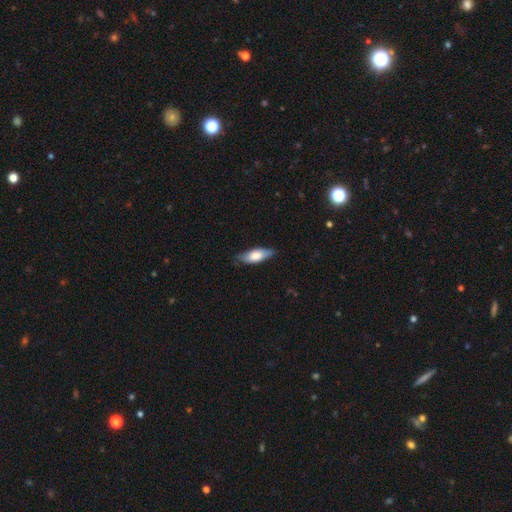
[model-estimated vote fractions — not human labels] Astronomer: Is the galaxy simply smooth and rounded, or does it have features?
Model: smooth — 68%.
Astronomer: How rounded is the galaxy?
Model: in between — 65%.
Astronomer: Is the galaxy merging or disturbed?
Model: none — 79%.